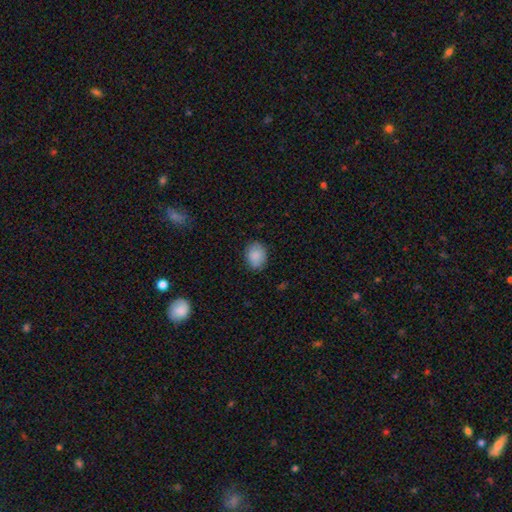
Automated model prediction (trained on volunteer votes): Q: Smooth or featured?
A: smooth (88%); runner-up: star or artifact (7%)
Q: How rounded?
A: in between (52%); runner-up: round (47%)
Q: Merging?
A: none (83%); runner-up: minor disturbance (13%)